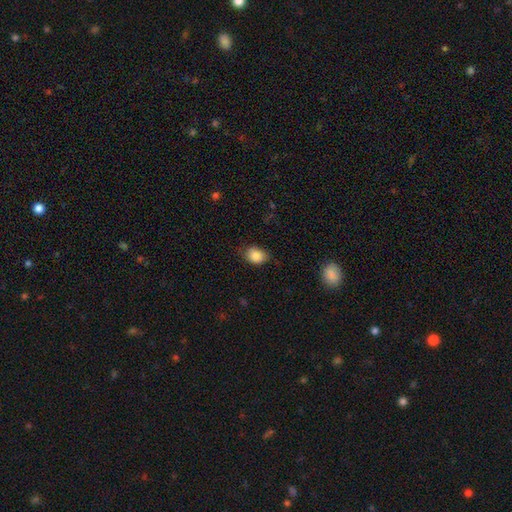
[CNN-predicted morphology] Smooth or featured: smooth — 86% (star or artifact — 8%)
How rounded: in between — 67% (round — 32%)
Merging: none — 70% (minor disturbance — 24%)